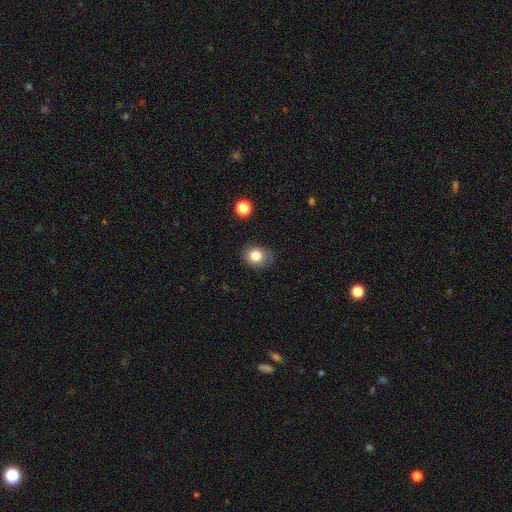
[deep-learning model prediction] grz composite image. It shows a smooth galaxy with no disk features (82%) that is round (55%). Merging: none (82%).